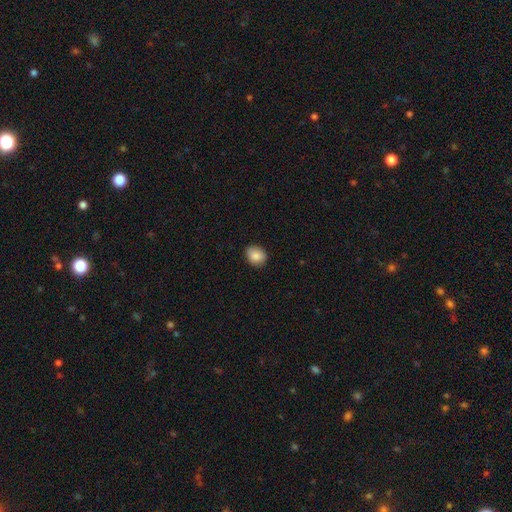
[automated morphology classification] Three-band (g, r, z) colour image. It shows a smooth galaxy with no disk features (87%) that is round (53%). Merging: none (87%).